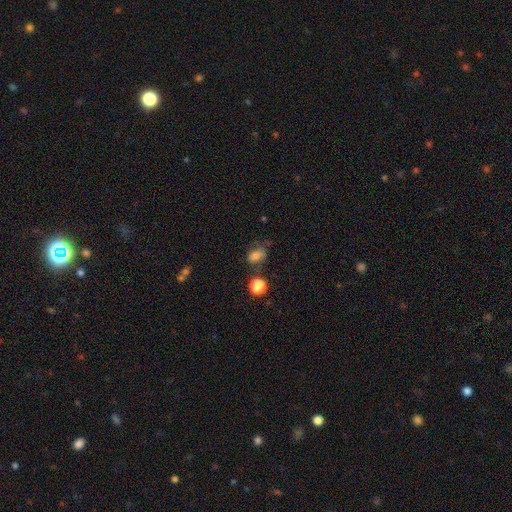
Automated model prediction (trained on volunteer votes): Smooth or featured?
  - smooth: 71% *
  - star or artifact: 15%
  - featured or disk: 13%
How rounded?
  - in between: 73% *
  - round: 24%
  - cigar-shaped: 2%
Merging?
  - none: 53% *
  - minor disturbance: 26%
  - major disturbance: 14%
  - merger: 7%